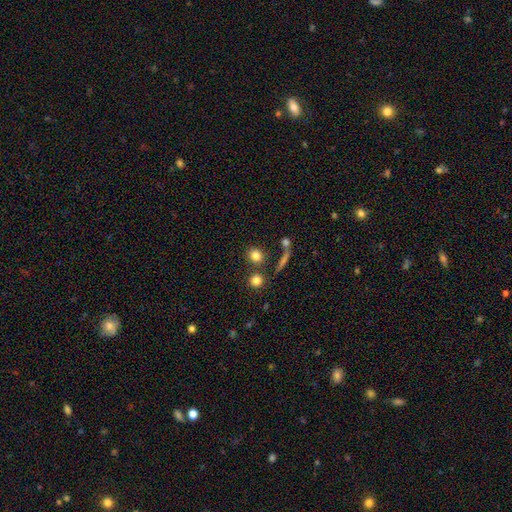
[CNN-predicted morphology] type=smooth (81%); roundness=round (79%); merging=none (72%).